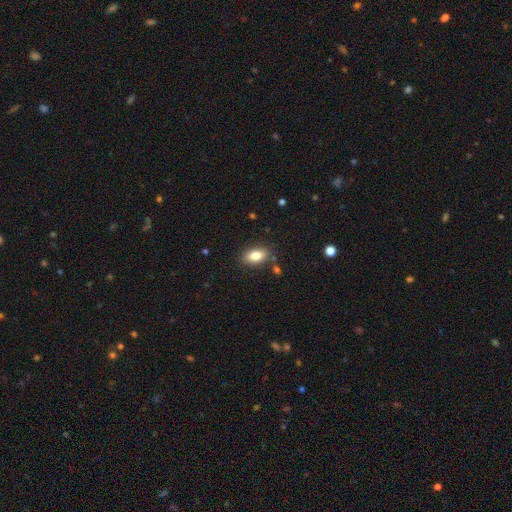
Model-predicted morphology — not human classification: Smooth or featured? Predicted: smooth (p=0.82). How rounded? Predicted: in between (p=0.89). Merging? Predicted: none (p=0.84).